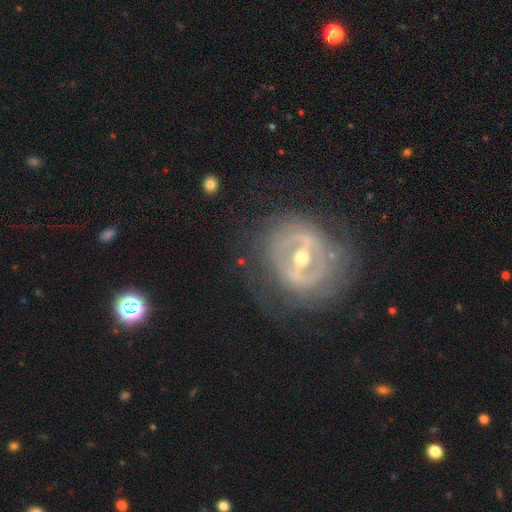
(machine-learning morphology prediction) A featured or disk galaxy (75%) with a strong bar (44%), spiral arms (64%) and a moderate central bulge (52%). Merging: none (73%).